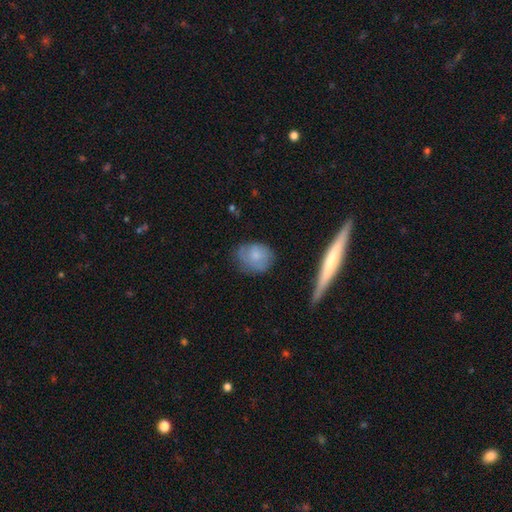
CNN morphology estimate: A smooth galaxy with no disk features (73%) that is round (52%).

Vote fractions:
- Smooth or featured? smooth: 73% / featured or disk: 20% / star or artifact: 7%
- How rounded? round: 52% / in between: 46% / cigar-shaped: 2%
- Merging? none: 64% / minor disturbance: 25% / major disturbance: 8% / merger: 2%